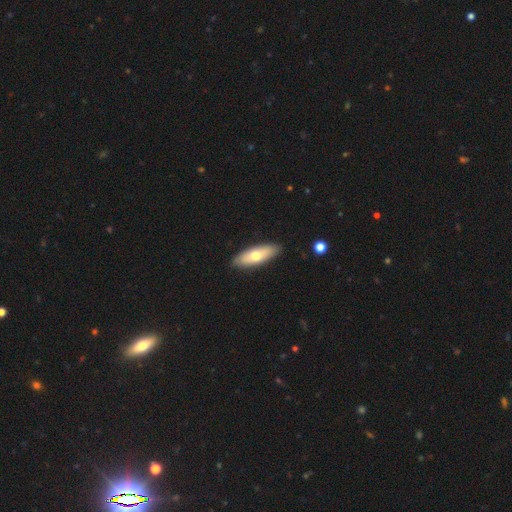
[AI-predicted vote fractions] Smooth or featured?
  - smooth: 61% *
  - featured or disk: 34%
  - star or artifact: 5%
How rounded?
  - in between: 65% *
  - cigar-shaped: 33%
  - round: 2%
Merging?
  - none: 88% *
  - minor disturbance: 9%
  - major disturbance: 2%
  - merger: 1%